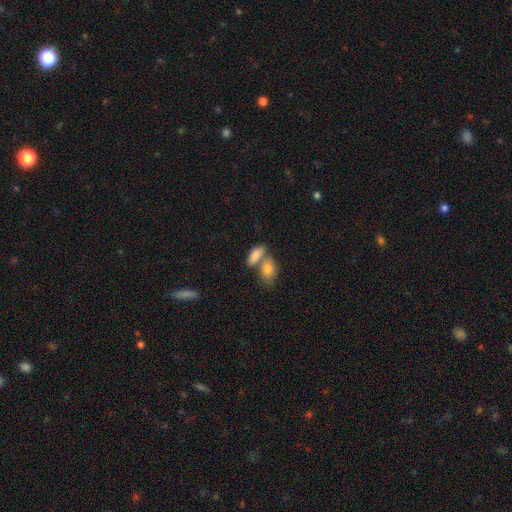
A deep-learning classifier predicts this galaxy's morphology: Smooth or featured: smooth — 84% (featured or disk — 10%)
How rounded: in between — 86% (cigar-shaped — 8%)
Merging: merger — 53% (none — 35%)